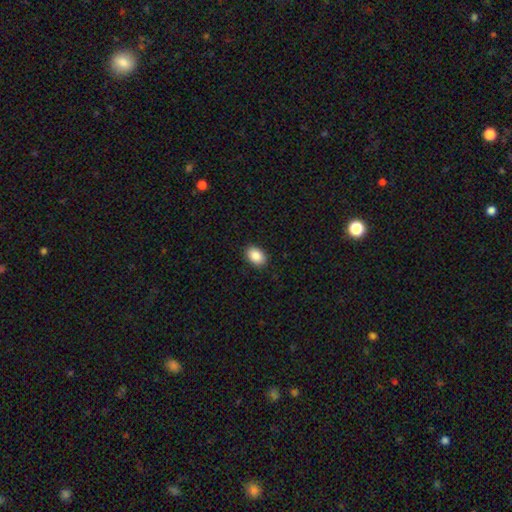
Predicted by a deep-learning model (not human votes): This is clearly a smooth galaxy (89%). How rounded: clearly in between (84%). Merging: clearly none (89%).